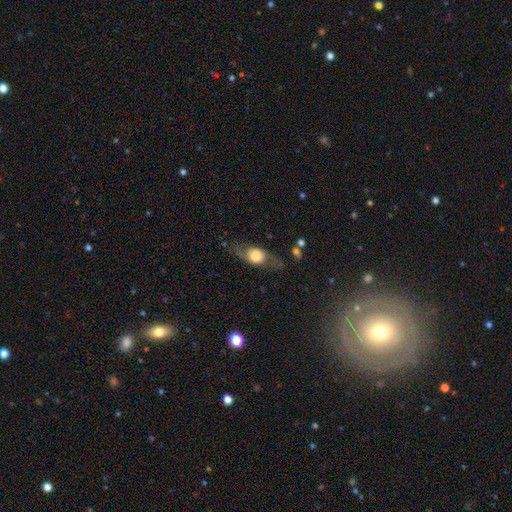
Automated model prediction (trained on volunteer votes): Smooth or featured?
  - smooth: 46% * (tied)
  - featured or disk: 46% * (tied)
  - star or artifact: 8%
Merging?
  - none: 68% *
  - minor disturbance: 18%
  - major disturbance: 11%
  - merger: 2%